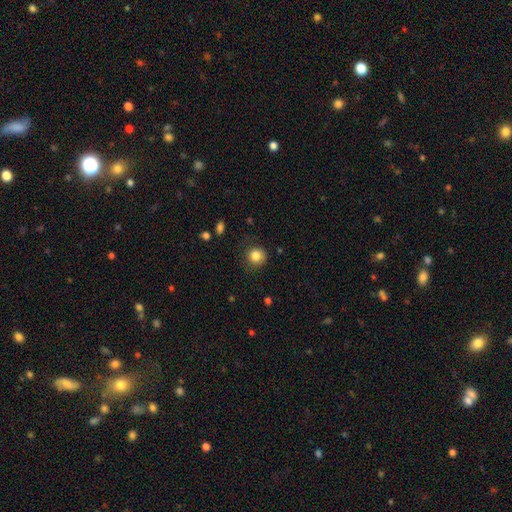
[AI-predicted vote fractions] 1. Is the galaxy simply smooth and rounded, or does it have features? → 83% smooth, 11% star or artifact, 6% featured or disk.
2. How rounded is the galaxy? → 90% round, 9% in between, 1% cigar-shaped.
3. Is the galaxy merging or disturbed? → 82% none, 13% minor disturbance, 4% major disturbance, 1% merger.